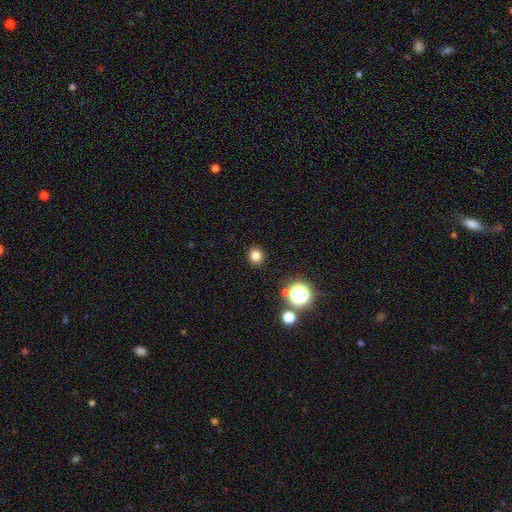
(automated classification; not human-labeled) smooth_or_featured: smooth (p=0.80) [alt: star or artifact p=0.16]
how_rounded: round (p=0.89) [alt: in between p=0.11]
merging: none (p=0.91) [alt: minor disturbance p=0.05]